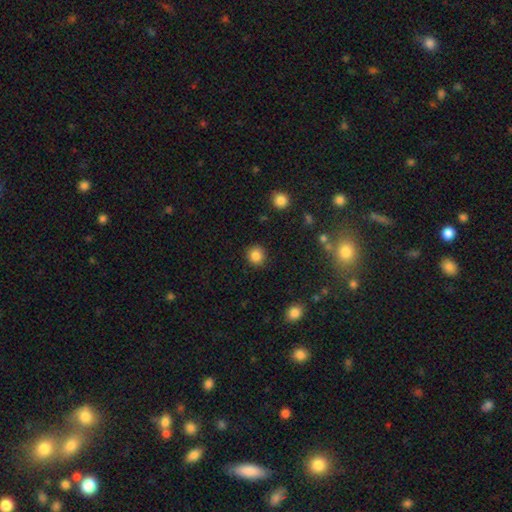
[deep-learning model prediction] A smooth galaxy with no disk features (85%) that is round (91%).

Vote fractions:
- Smooth or featured? smooth: 85% / star or artifact: 11% / featured or disk: 5%
- How rounded? round: 91% / in between: 8% / cigar-shaped: 1%
- Merging? none: 90% / minor disturbance: 6% / major disturbance: 2% / merger: 1%